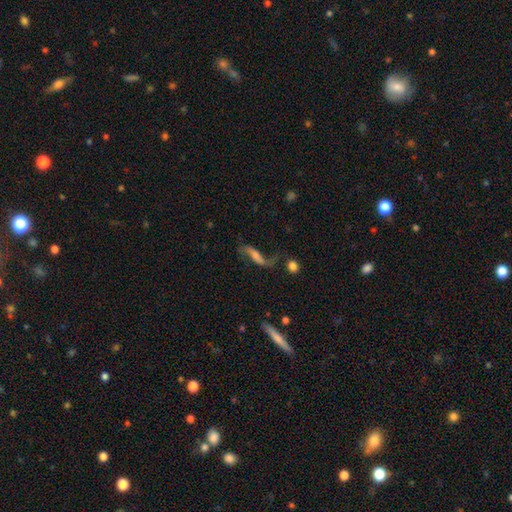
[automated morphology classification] Smooth or featured?
  - featured or disk: 72% *
  - smooth: 18%
  - star or artifact: 10%
Edge-on disk?
  - no: 82% *
  - yes: 18%
Bar?
  - weak: 38% *
  - no: 35%
  - strong: 27%
Spiral arms?
  - yes: 91% *
  - no: 9%
Spiral winding?
  - loose: 88% *
  - medium: 9%
  - tight: 3%
Spiral arm count?
  - 2: 88% *
  - 1: 6%
  - can't tell: 3%
  - 3: 1%
  - 4: 1%
  - more than 4: 1%
Bulge size?
  - small: 33% *
  - none: 29%
  - moderate: 27%
  - large: 8%
  - dominant: 3%
Merging?
  - none: 59% *
  - minor disturbance: 18%
  - major disturbance: 17%
  - merger: 6%